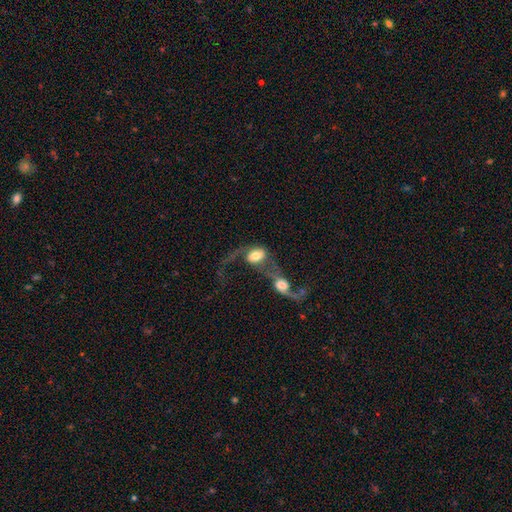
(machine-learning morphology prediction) Smooth or featured: smooth — 46% (tied with featured or disk — 46%)
Merging: merger — 78% (major disturbance — 13%)